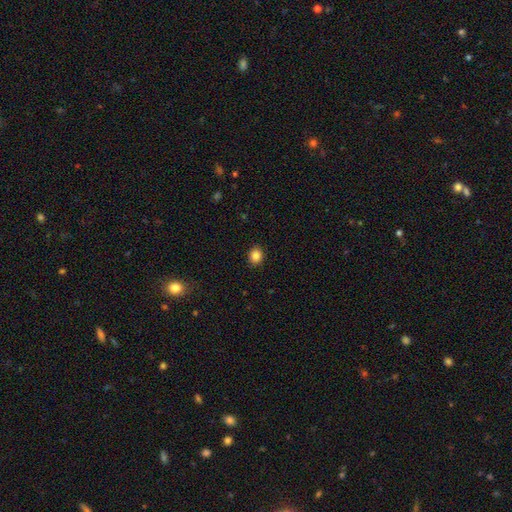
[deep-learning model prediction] Smooth or featured: smooth — 86% (star or artifact — 10%)
How rounded: round — 65% (in between — 34%)
Merging: none — 90% (minor disturbance — 7%)